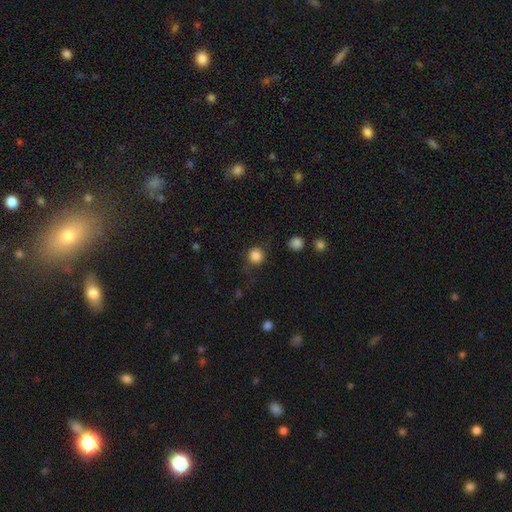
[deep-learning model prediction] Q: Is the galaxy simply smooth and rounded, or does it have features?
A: smooth — 84%.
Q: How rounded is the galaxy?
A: round — 92%.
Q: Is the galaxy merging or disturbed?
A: none — 82%.